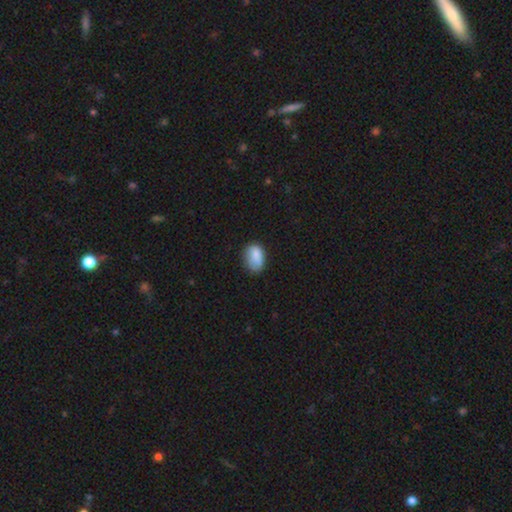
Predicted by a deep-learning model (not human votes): Smooth or featured? smooth (83%)
How rounded? in between (85%)
Merging? none (60%)